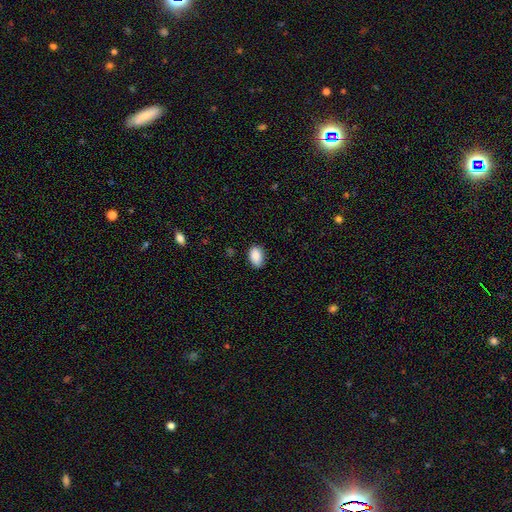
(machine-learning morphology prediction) Smooth or featured: smooth — 89% (star or artifact — 7%)
How rounded: in between — 91% (round — 8%)
Merging: none — 83% (minor disturbance — 13%)